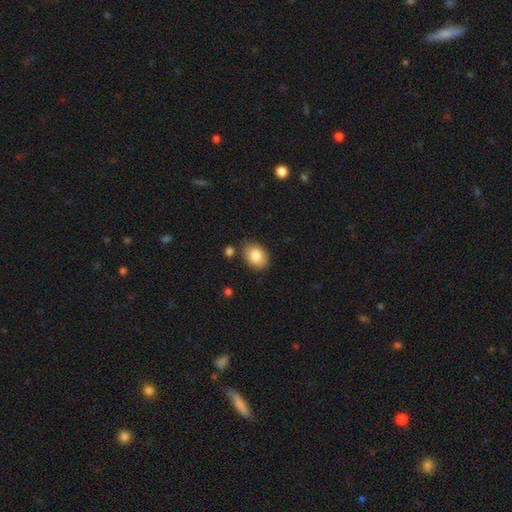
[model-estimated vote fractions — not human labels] smooth-or-featured: smooth: 85% | featured or disk: 8% | star or artifact: 7%
  how-rounded: in between: 73% | round: 26% | cigar-shaped: 1%
  merging: none: 79% | minor disturbance: 13% | merger: 4% | major disturbance: 3%